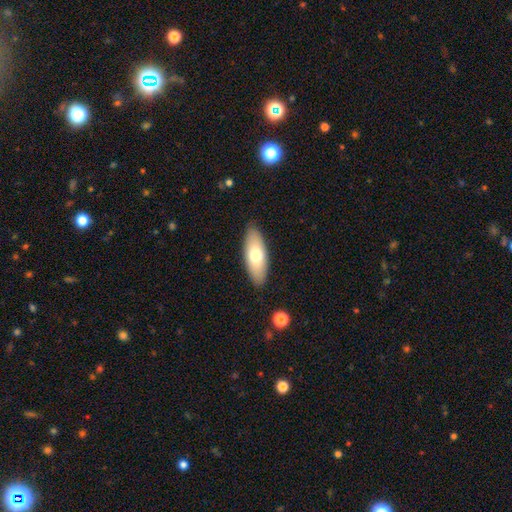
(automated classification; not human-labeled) The model was most divided on "smooth or featured": smooth: 71%, featured or disk: 23%, star or artifact: 6%. More confident: merging — none (88%); how rounded — in between (74%).